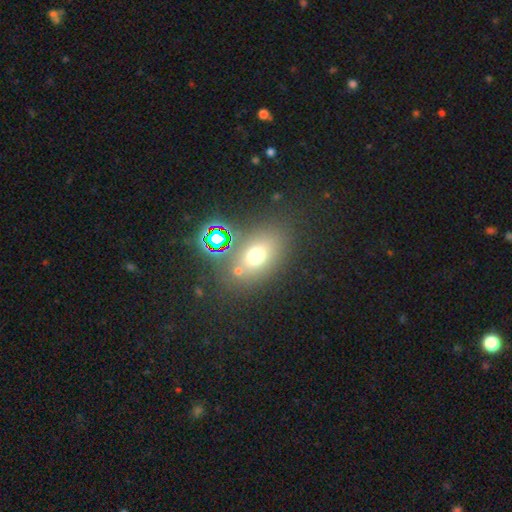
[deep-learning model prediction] A smooth galaxy with no disk features (62%) that is in between round and cigar-shaped (65%). Merging: none (72%).